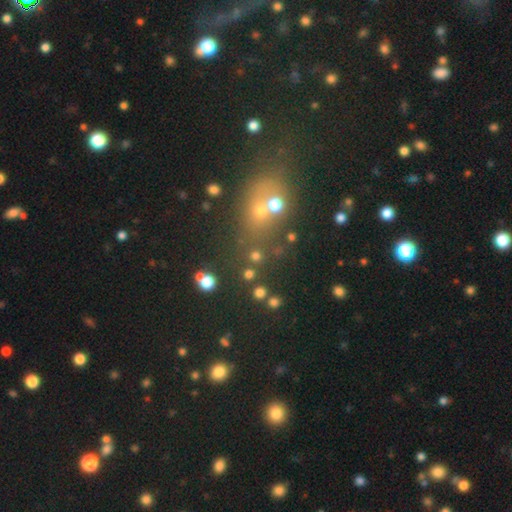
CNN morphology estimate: This is likely a smooth galaxy (66%). How rounded: clearly round (87%). Merging: likely none (71%).